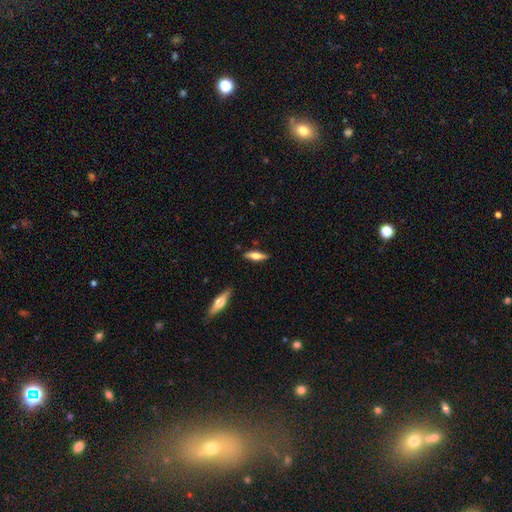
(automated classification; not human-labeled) smooth-or-featured: smooth: 52% | featured or disk: 42% | star or artifact: 6%
  how-rounded: cigar-shaped: 56% | in between: 42% | round: 2%
  merging: none: 85% | minor disturbance: 11% | major disturbance: 2% | merger: 2%